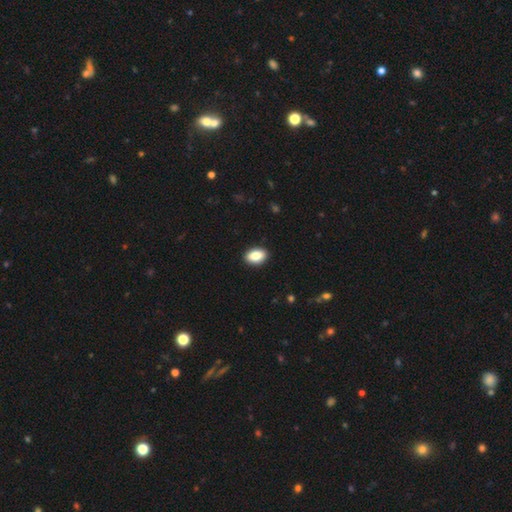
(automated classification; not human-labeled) smooth-or-featured: smooth: 86% | star or artifact: 7% | featured or disk: 7%
  how-rounded: in between: 88% | round: 10% | cigar-shaped: 1%
  merging: none: 91% | minor disturbance: 7% | major disturbance: 2% | merger: 1%